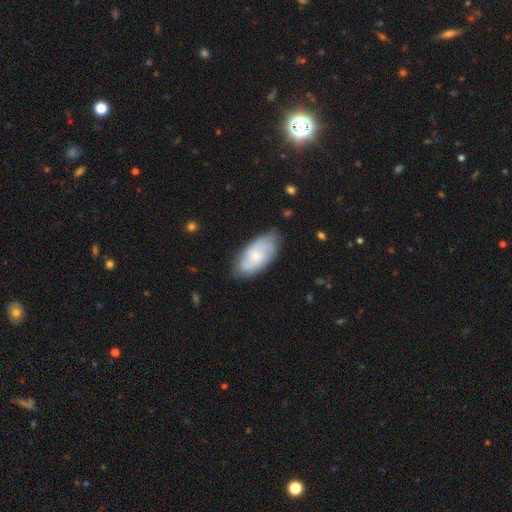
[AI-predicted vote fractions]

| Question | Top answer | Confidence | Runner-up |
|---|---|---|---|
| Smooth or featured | featured or disk | 56% | smooth (38%) |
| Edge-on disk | no | 93% | yes (7%) |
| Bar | no | 75% | weak (22%) |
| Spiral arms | yes | 85% | no (15%) |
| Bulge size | small | 69% | moderate (26%) |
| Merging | none | 75% | minor disturbance (19%) |